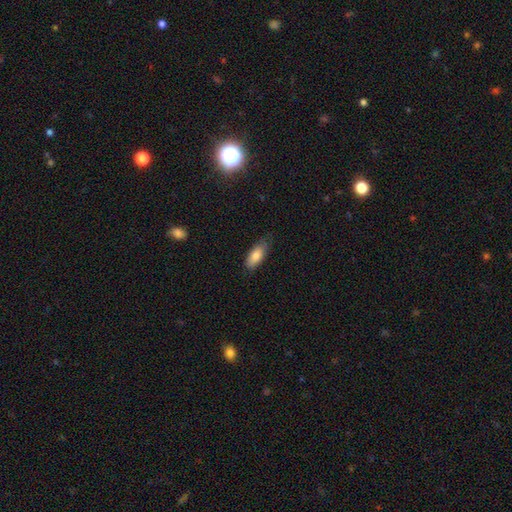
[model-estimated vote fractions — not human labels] This is clearly a smooth galaxy (82%). How rounded: clearly in between (81%). Merging: likely none (72%).